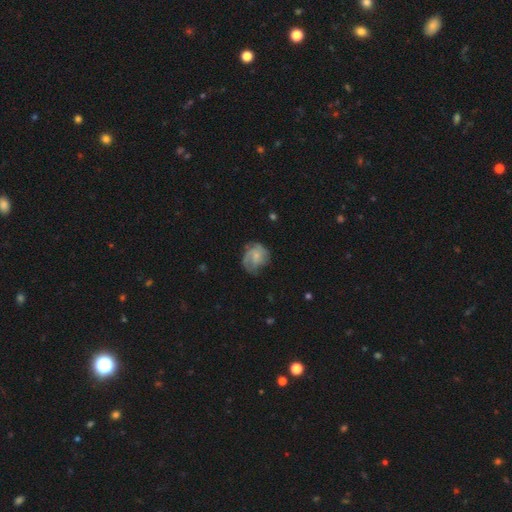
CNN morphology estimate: smooth-or-featured: featured or disk: 59% | smooth: 34% | star or artifact: 7%
  disk-edge-on: no: 98% | yes: 2%
    bar: no: 69% | weak: 28% | strong: 4%
    has-spiral-arms: yes: 84% | no: 16%
    bulge-size: small: 62% | moderate: 21% | none: 14% | large: 2% | dominant: 1%
  merging: none: 55% | minor disturbance: 26% | major disturbance: 17% | merger: 2%